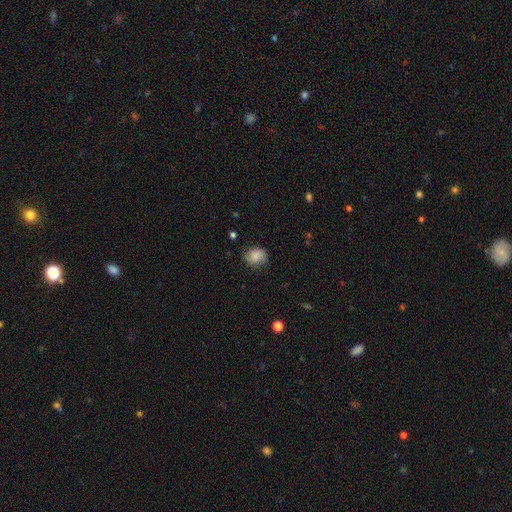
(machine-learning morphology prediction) Smooth or featured? Predicted: smooth (p=0.74). How rounded? Predicted: round (p=0.58). Merging? Predicted: none (p=0.71).